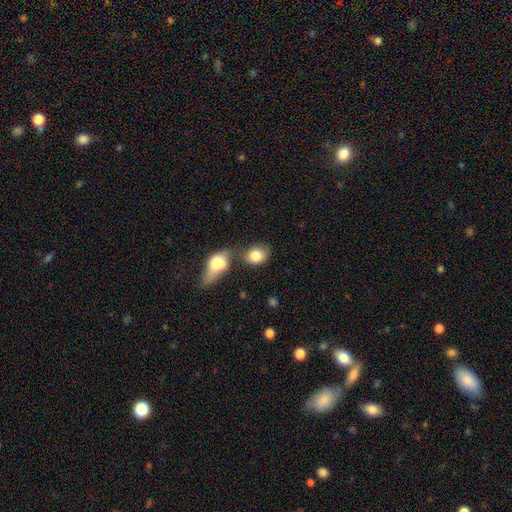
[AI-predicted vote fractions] Smooth or featured? Predicted: smooth (p=0.83). How rounded? Predicted: in between (p=0.66). Merging? Predicted: none (p=0.42).